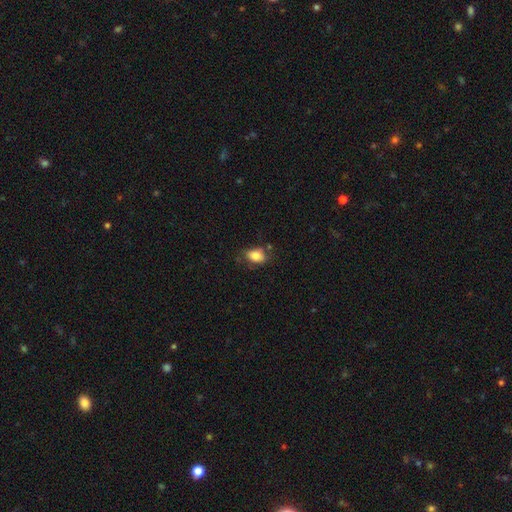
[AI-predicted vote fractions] The model was most divided on "merging": none: 64%, minor disturbance: 24%, major disturbance: 6%, merger: 6%. More confident: smooth or featured — smooth (81%); how rounded — in between (77%).